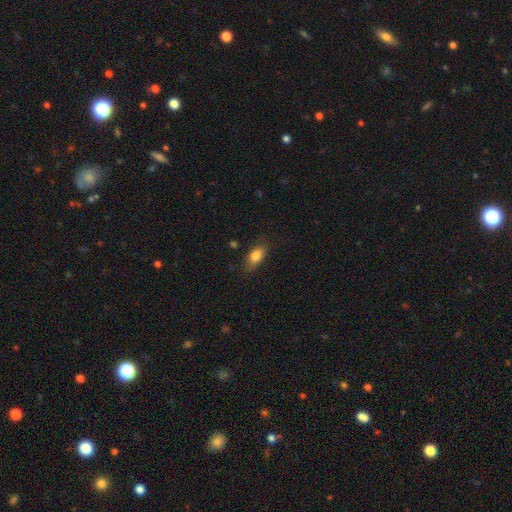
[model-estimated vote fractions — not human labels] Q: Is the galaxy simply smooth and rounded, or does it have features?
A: smooth — 81%.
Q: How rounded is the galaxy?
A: in between — 85%.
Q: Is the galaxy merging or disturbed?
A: none — 78%.